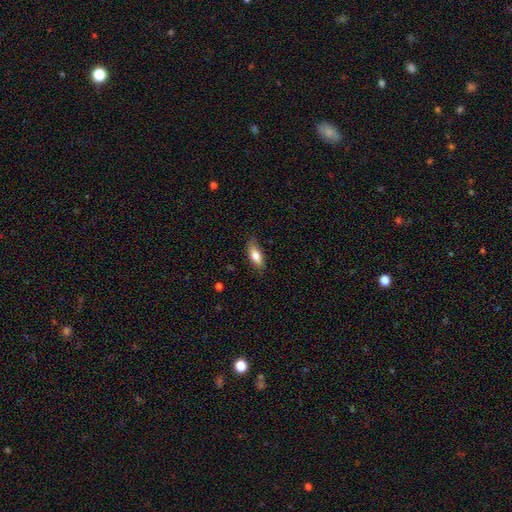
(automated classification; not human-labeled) A smooth galaxy with no disk features (75%) that is in between round and cigar-shaped (73%).

Vote fractions:
- Smooth or featured? smooth: 75% / featured or disk: 18% / star or artifact: 7%
- How rounded? in between: 73% / cigar-shaped: 24% / round: 3%
- Merging? none: 78% / minor disturbance: 18% / major disturbance: 3% / merger: 1%